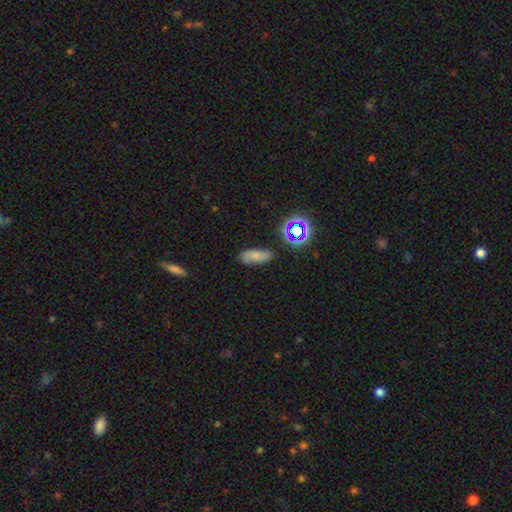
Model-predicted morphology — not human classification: Overall: smooth (66%). How rounded: in between (72%). Merging: none (75%).